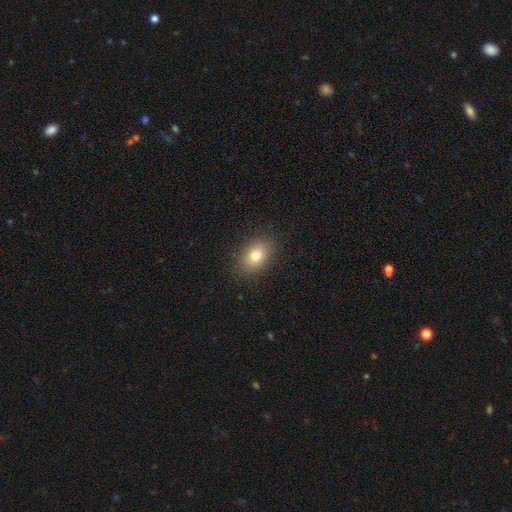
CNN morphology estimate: A smooth galaxy with no disk features (80%) that is in between round and cigar-shaped (77%). Merging: none (87%).